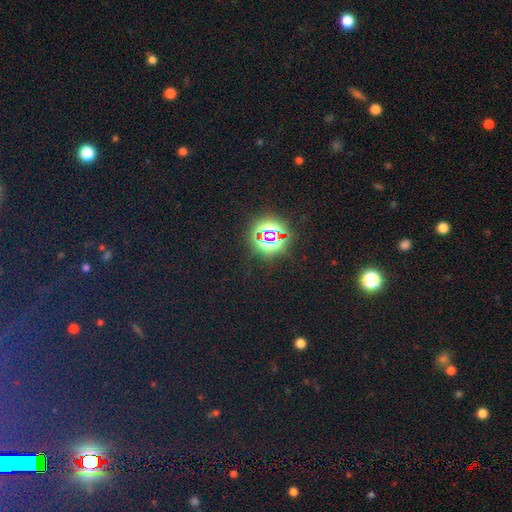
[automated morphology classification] type=star or artifact (75%).